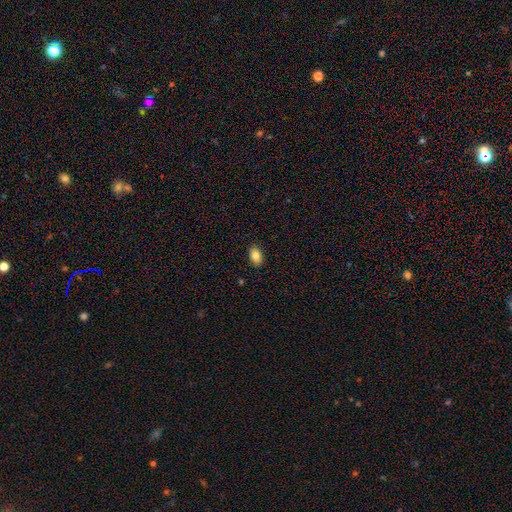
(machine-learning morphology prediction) smooth 84%, star or artifact 8%, featured or disk 8%. Down the decision tree: how rounded — in between (88%); merging — none (89%).